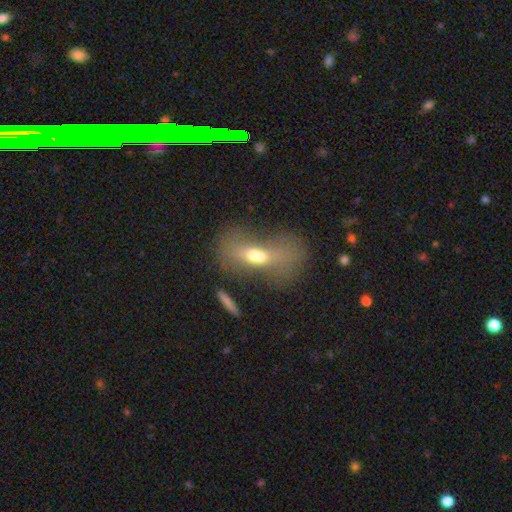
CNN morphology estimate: Overall: smooth (47%; featured or disk 38%). Merging: major disturbance (38%; none 28%).